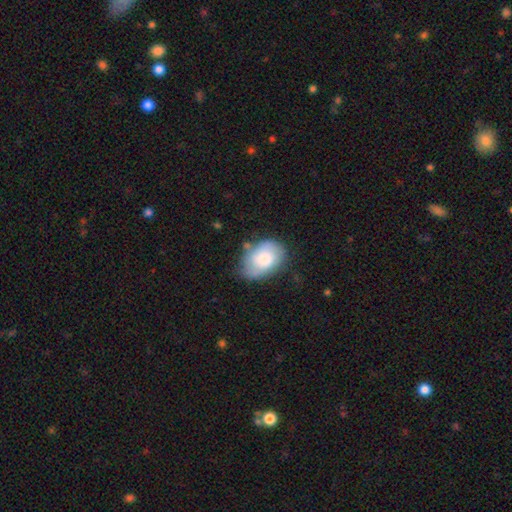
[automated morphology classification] Smooth or featured?
  - smooth: 66% *
  - featured or disk: 27%
  - star or artifact: 7%
How rounded?
  - in between: 80% *
  - round: 19%
  - cigar-shaped: 1%
Merging?
  - none: 59% *
  - minor disturbance: 28%
  - major disturbance: 9%
  - merger: 4%